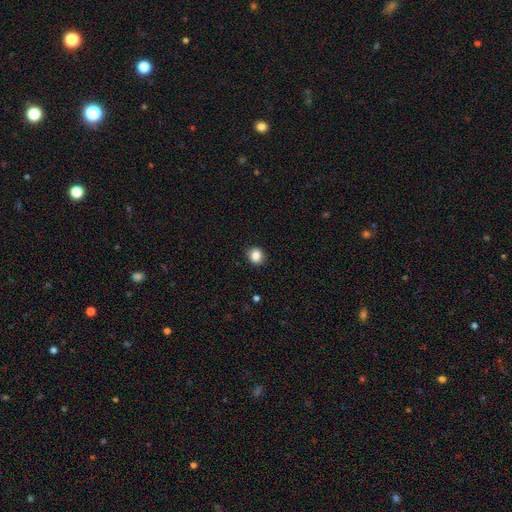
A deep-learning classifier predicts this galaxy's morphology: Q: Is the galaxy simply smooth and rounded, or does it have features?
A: smooth — 86%.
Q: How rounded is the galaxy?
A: round — 70%.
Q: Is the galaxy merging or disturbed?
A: none — 88%.